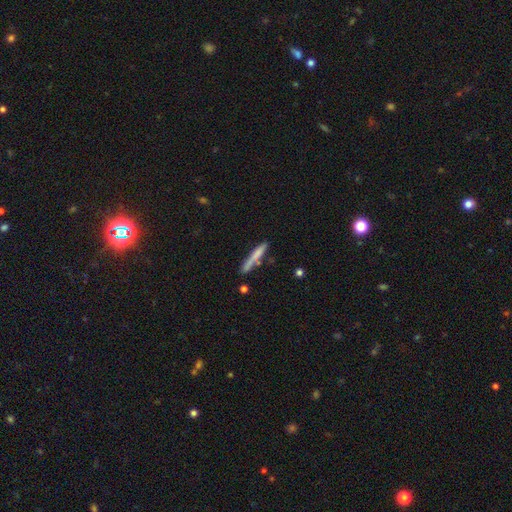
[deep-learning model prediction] This appears to be a smooth galaxy with no disk features (66%) that is cigar-shaped (93%). Merging: none (65%).